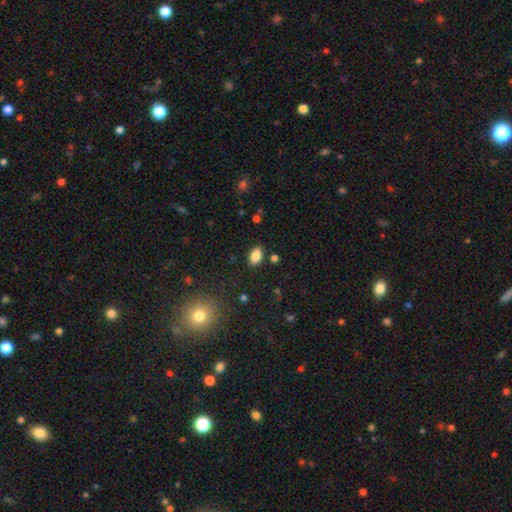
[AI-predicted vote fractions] The model was most divided on "smooth or featured": smooth: 84%, star or artifact: 9%, featured or disk: 6%. More confident: how rounded — in between (90%); merging — none (85%).